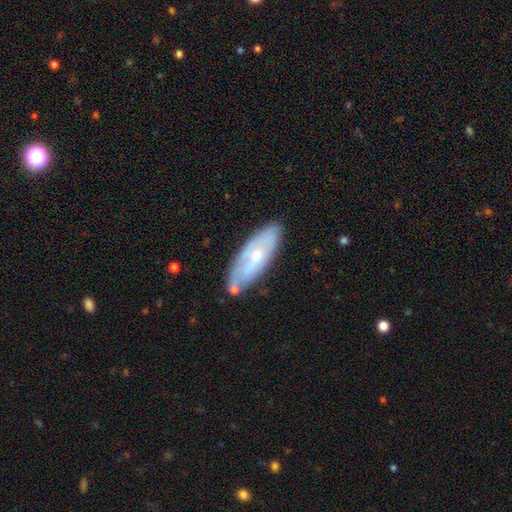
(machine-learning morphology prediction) featured or disk 51%, smooth 42%, star or artifact 6%. Down the decision tree: edge-on disk — no (78%); merging — none (70%).